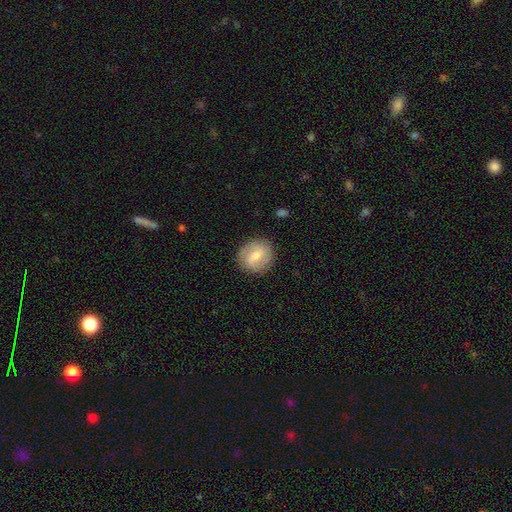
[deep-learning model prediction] Smooth or featured?
  - smooth: 53% *
  - featured or disk: 40%
  - star or artifact: 7%
How rounded?
  - round: 85% *
  - in between: 14%
  - cigar-shaped: 1%
Merging?
  - none: 87% *
  - minor disturbance: 10%
  - major disturbance: 3%
  - merger: 1%